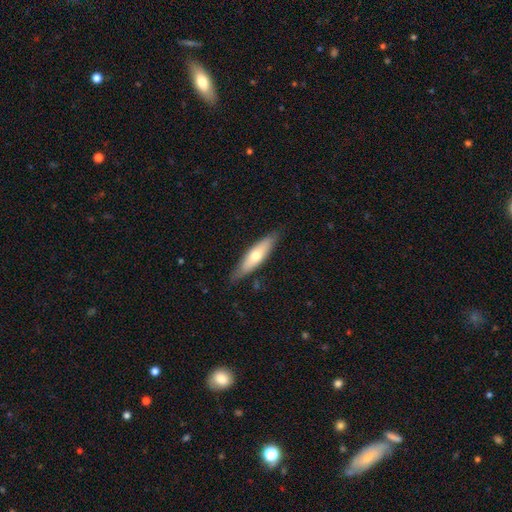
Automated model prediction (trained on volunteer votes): This appears to be a smooth galaxy with no disk features (57%) that is cigar-shaped (61%). Merging: none (82%).